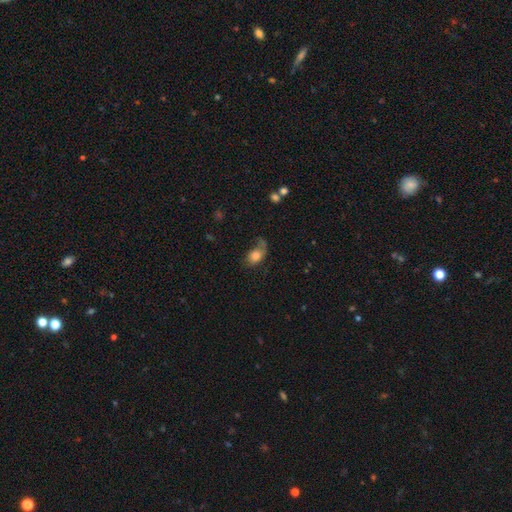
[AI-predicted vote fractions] smooth 74%, featured or disk 17%, star or artifact 9%. Down the decision tree: how rounded — in between (74%); merging — none (39%).